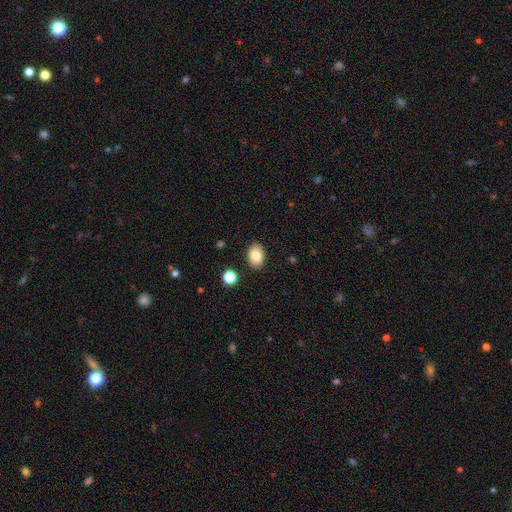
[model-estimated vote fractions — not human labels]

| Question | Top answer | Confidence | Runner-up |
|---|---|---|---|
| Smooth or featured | smooth | 84% | star or artifact (8%) |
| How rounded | in between | 81% | round (18%) |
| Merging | none | 87% | minor disturbance (8%) |